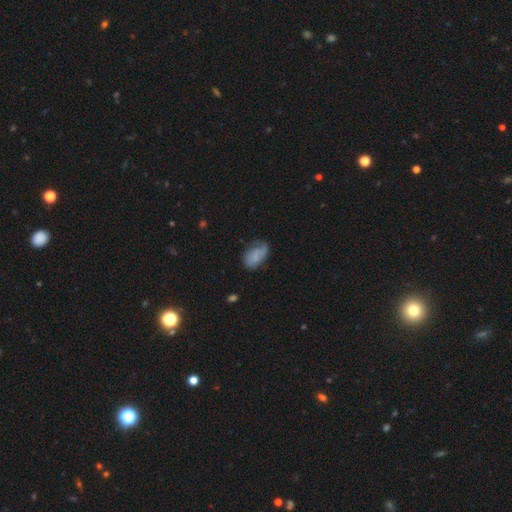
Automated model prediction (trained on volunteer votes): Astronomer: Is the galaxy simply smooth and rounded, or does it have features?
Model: smooth — 65%.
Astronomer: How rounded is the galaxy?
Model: in between — 91%.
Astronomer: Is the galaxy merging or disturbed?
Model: none — 42% (runner-up: minor disturbance, 35%).